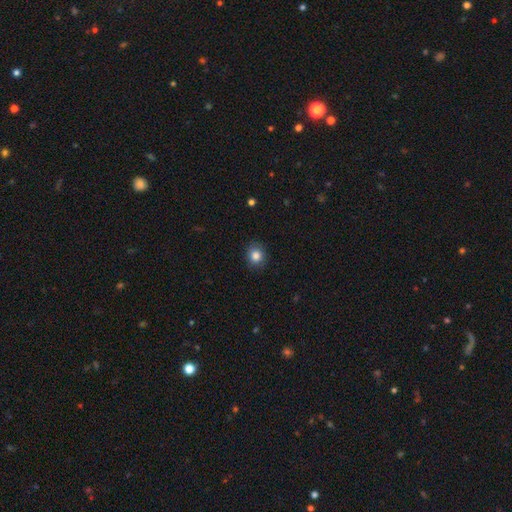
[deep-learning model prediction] smooth 84%, star or artifact 10%, featured or disk 6%. Down the decision tree: how rounded — round (74%); merging — none (87%).